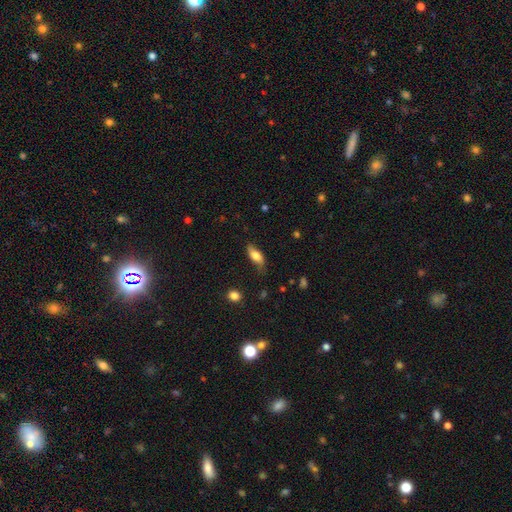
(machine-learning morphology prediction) type=smooth (70%); roundness=in between (80%); merging=none (65%).